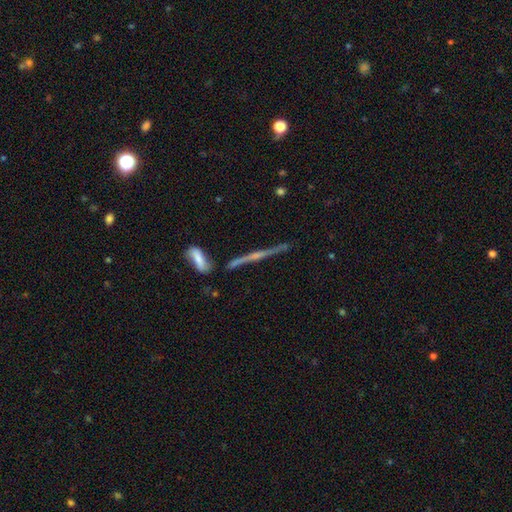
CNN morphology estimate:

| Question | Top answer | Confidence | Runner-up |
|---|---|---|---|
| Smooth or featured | featured or disk | 76% | smooth (15%) |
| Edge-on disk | yes | 97% | no (3%) |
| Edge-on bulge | rounded | 63% | none (26%) |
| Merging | none | 78% | minor disturbance (12%) |